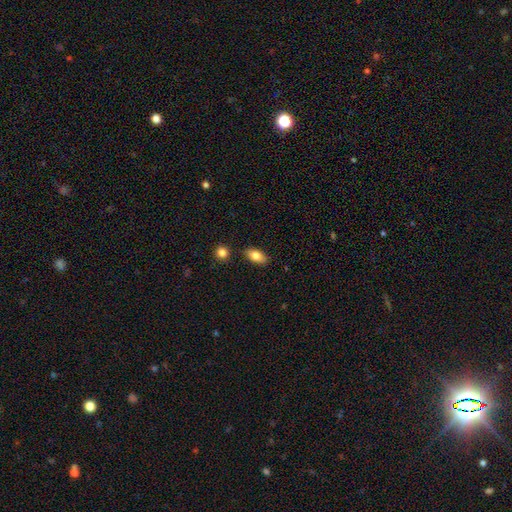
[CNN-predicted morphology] Smooth or featured? Predicted: smooth (p=0.81). How rounded? Predicted: in between (p=0.89). Merging? Predicted: none (p=0.85).